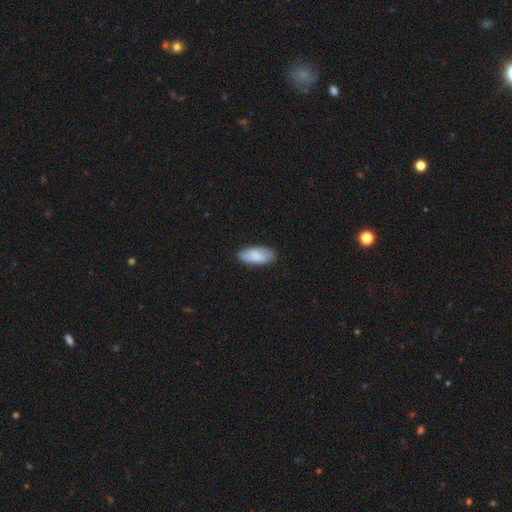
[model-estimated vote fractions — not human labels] This appears to be a smooth galaxy with no disk features (86%) that is in between round and cigar-shaped (87%). Merging: none (84%).